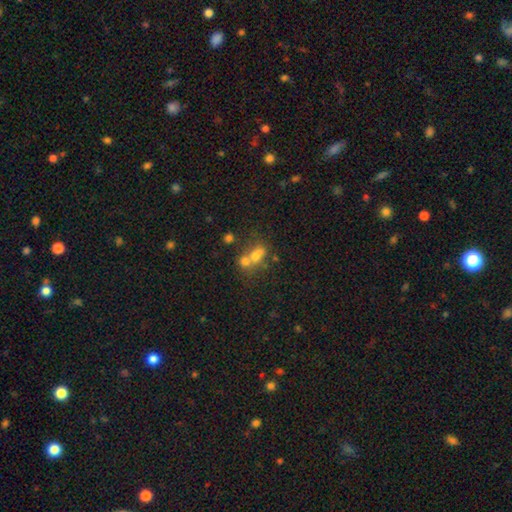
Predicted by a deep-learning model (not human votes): Q: Smooth or featured?
A: smooth (65%); runner-up: featured or disk (20%)
Q: How rounded?
A: in between (58%); runner-up: round (36%)
Q: Merging?
A: merger (56%); runner-up: none (29%)